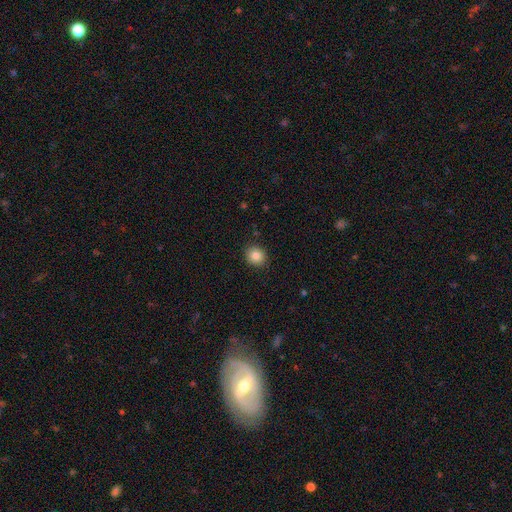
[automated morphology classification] Q: Smooth or featured?
A: smooth (85%); runner-up: star or artifact (10%)
Q: How rounded?
A: round (79%); runner-up: in between (20%)
Q: Merging?
A: none (89%); runner-up: minor disturbance (8%)